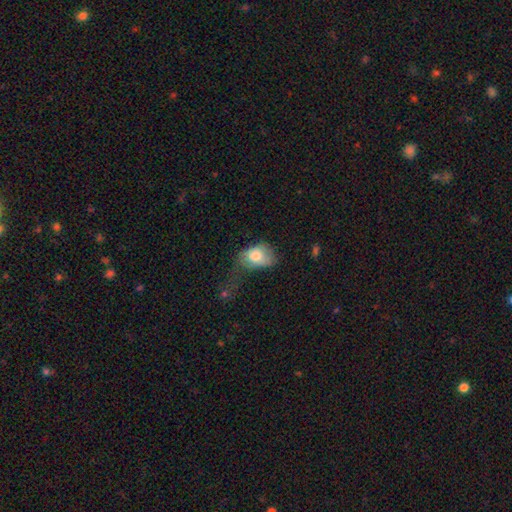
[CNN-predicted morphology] A smooth galaxy with no disk features (75%) that is in between round and cigar-shaped (78%). Merging: major disturbance (41%).